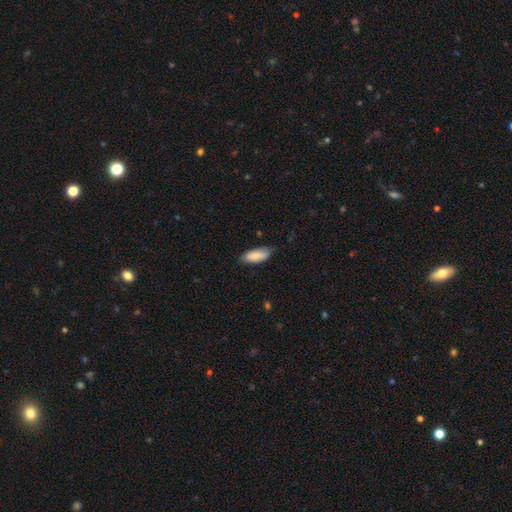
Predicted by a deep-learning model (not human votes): Smooth or featured? Predicted: smooth (p=0.85). How rounded? Predicted: in between (p=0.81). Merging? Predicted: none (p=0.78).